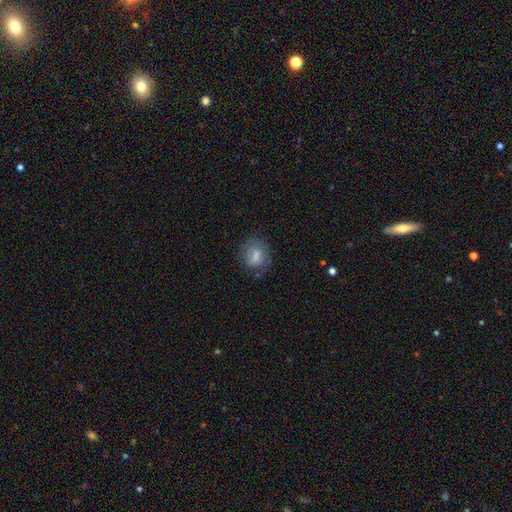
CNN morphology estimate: smooth 65%, featured or disk 25%, star or artifact 10%. Down the decision tree: how rounded — round (51%); merging — none (68%).